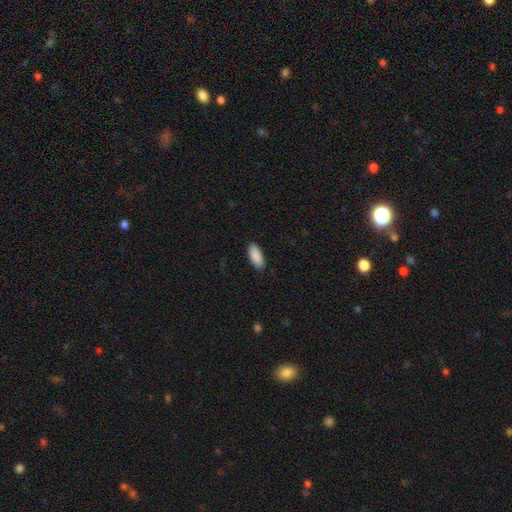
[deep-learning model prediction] Overall: smooth (91%). How rounded: in between (86%). Merging: none (88%).